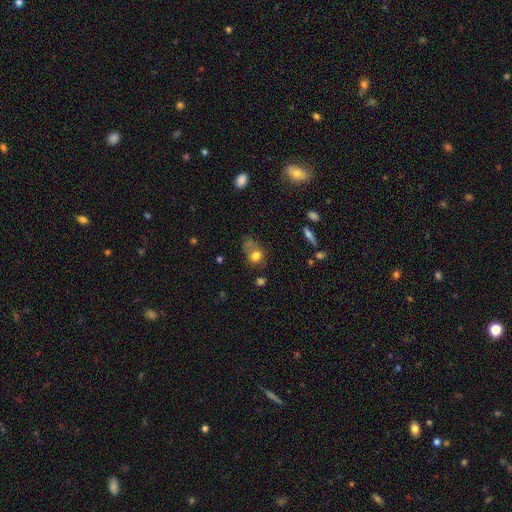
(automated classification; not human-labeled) smooth-or-featured: smooth: 73% | featured or disk: 15% | star or artifact: 12%
  how-rounded: round: 55% | in between: 43% | cigar-shaped: 2%
  merging: none: 39% | minor disturbance: 25% | major disturbance: 22% | merger: 14%